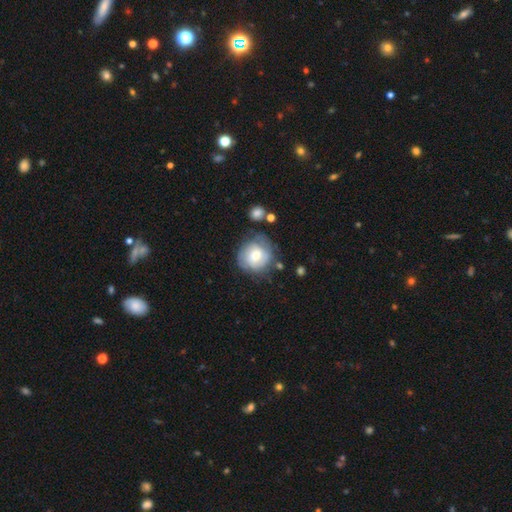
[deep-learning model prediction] Smooth or featured?
  - smooth: 50% *
  - featured or disk: 43%
  - star or artifact: 7%
Merging?
  - none: 61% *
  - minor disturbance: 22%
  - major disturbance: 11%
  - merger: 5%